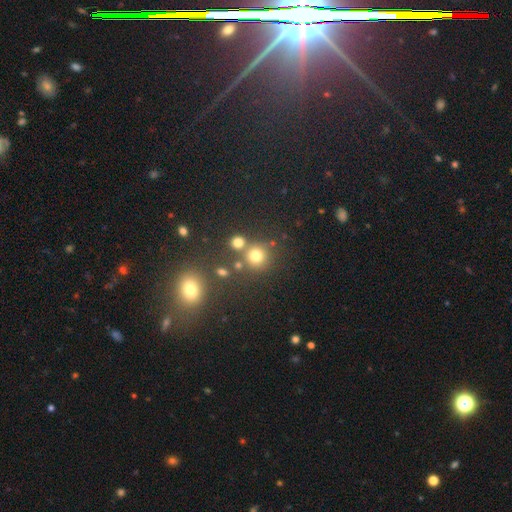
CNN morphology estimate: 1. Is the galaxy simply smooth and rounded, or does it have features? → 74% smooth, 18% star or artifact, 8% featured or disk.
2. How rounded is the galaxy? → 89% round, 10% in between, 1% cigar-shaped.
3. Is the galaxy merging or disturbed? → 68% none, 19% merger, 9% minor disturbance, 4% major disturbance.